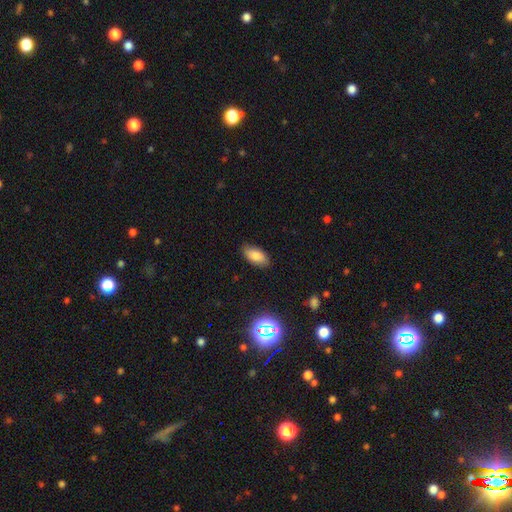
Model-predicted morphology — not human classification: Smooth or featured? Predicted: smooth (p=0.81). How rounded? Predicted: in between (p=0.92). Merging? Predicted: none (p=0.85).